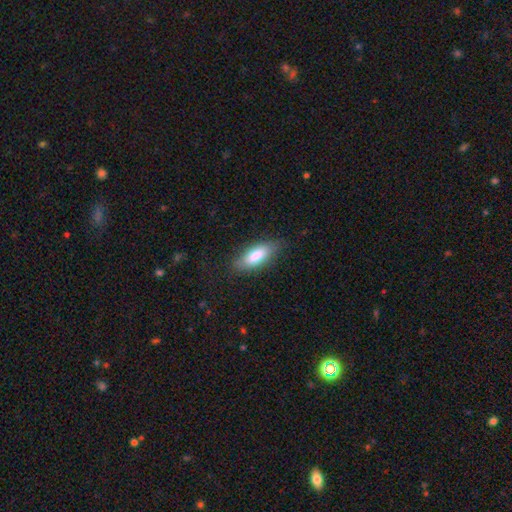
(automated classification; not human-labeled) smooth-or-featured: smooth: 79% | featured or disk: 14% | star or artifact: 6%
  how-rounded: in between: 73% | cigar-shaped: 25% | round: 2%
  merging: none: 77% | minor disturbance: 17% | major disturbance: 4% | merger: 1%